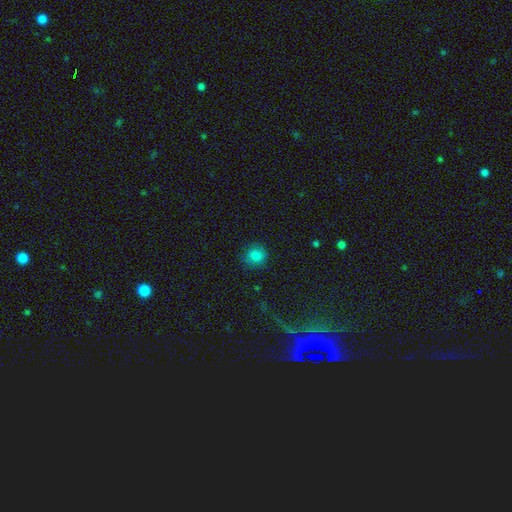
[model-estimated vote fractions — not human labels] Smooth or featured? Predicted: smooth (p=0.82). How rounded? Predicted: round (p=0.84). Merging? Predicted: none (p=0.84).